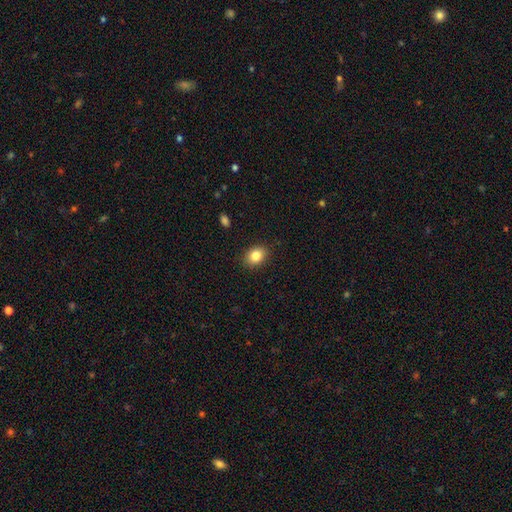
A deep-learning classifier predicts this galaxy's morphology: type=smooth (84%); roundness=in between (61%); merging=none (88%).